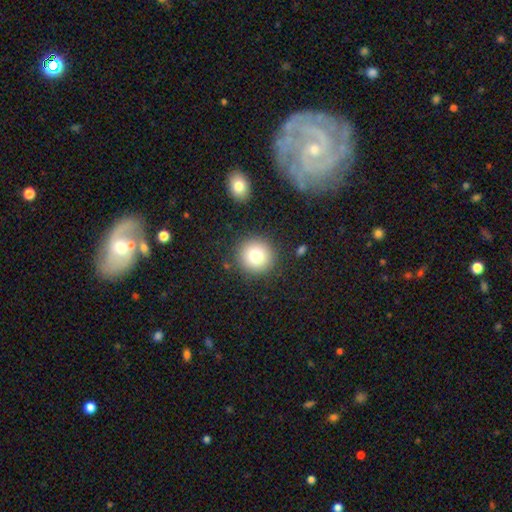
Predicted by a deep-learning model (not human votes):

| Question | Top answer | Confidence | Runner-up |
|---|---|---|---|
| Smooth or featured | smooth | 77% | star or artifact (12%) |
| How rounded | round | 94% | in between (5%) |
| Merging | none | 88% | minor disturbance (7%) |